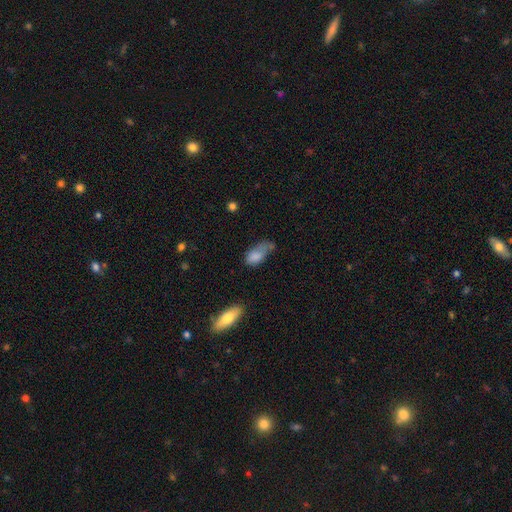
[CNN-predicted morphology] Overall: smooth (79%). How rounded: in between (88%). Merging: minor disturbance (35%; major disturbance 27%).